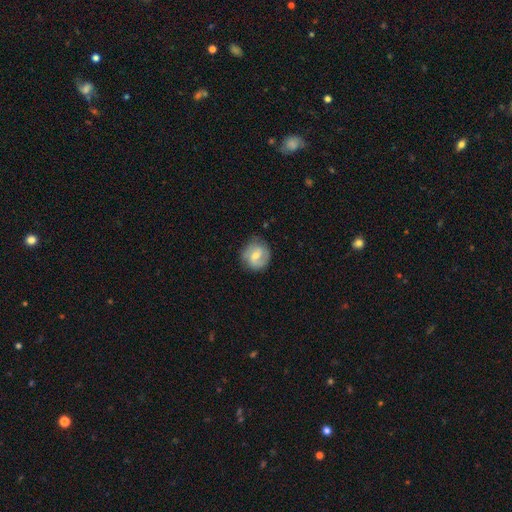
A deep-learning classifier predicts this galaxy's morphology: Q: Smooth or featured?
A: featured or disk (61%); runner-up: smooth (33%)
Q: Edge-on disk?
A: no (97%); runner-up: yes (3%)
Q: Bar?
A: weak (54%); runner-up: no (29%)
Q: Spiral arms?
A: yes (85%); runner-up: no (15%)
Q: Bulge size?
A: moderate (50%); runner-up: small (44%)
Q: Merging?
A: none (77%); runner-up: minor disturbance (17%)